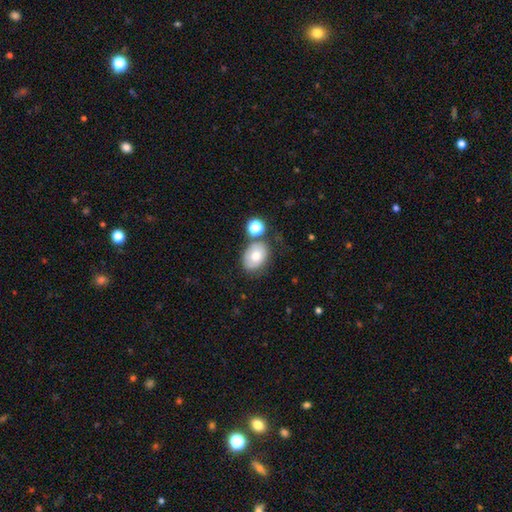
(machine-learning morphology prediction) smooth-or-featured: smooth: 71% | featured or disk: 20% | star or artifact: 9%
  how-rounded: in between: 72% | round: 27% | cigar-shaped: 1%
  merging: none: 63% | minor disturbance: 18% | merger: 13% | major disturbance: 6%